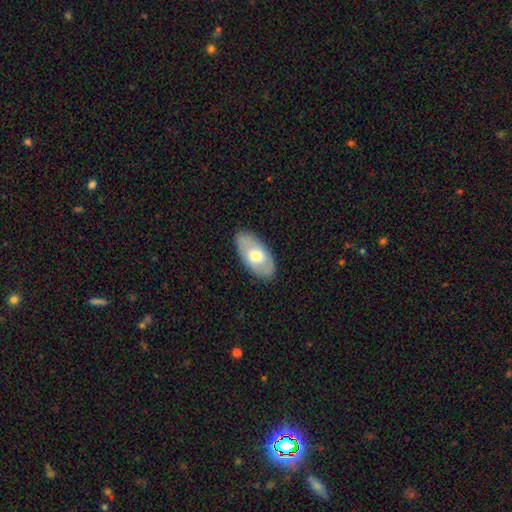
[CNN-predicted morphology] A smooth galaxy with no disk features (57%) that is in between round and cigar-shaped (92%).

Vote fractions:
- Smooth or featured? smooth: 57% / featured or disk: 38% / star or artifact: 6%
- How rounded? in between: 92% / round: 4% / cigar-shaped: 3%
- Merging? none: 85% / minor disturbance: 11% / major disturbance: 3% / merger: 1%